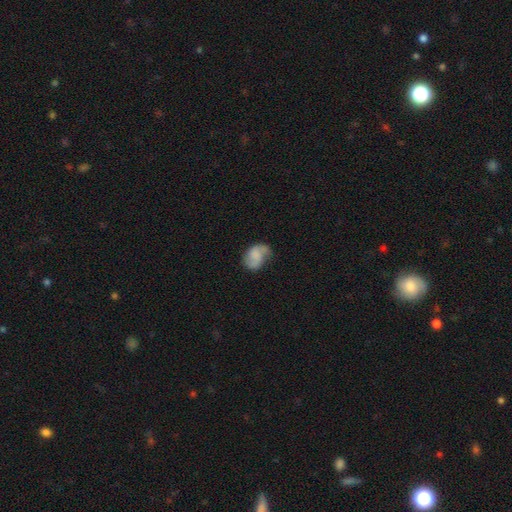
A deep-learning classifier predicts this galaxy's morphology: Q: Smooth or featured?
A: featured or disk (49%); runner-up: smooth (43%)
Q: Merging?
A: none (56%); runner-up: minor disturbance (29%)